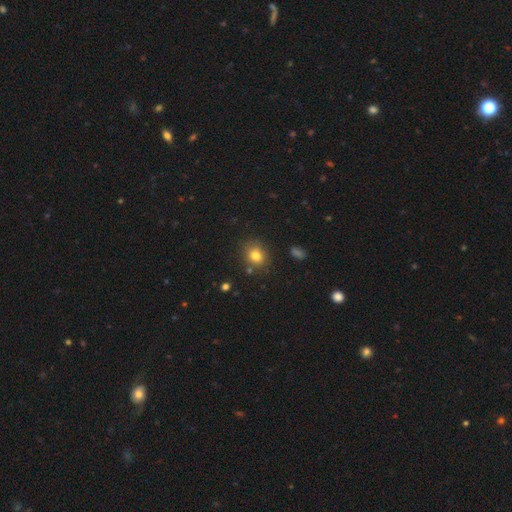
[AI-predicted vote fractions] Morphology: type=smooth (78%); roundness=round (68%); merging=none (81%).